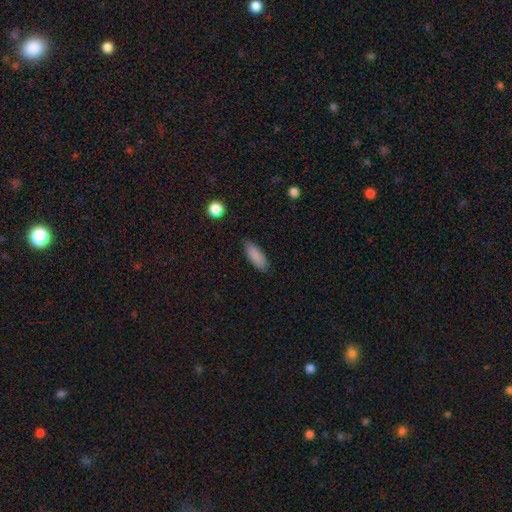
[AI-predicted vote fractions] Q: Smooth or featured?
A: smooth (87%); runner-up: star or artifact (7%)
Q: How rounded?
A: in between (73%); runner-up: cigar-shaped (25%)
Q: Merging?
A: none (81%); runner-up: minor disturbance (15%)